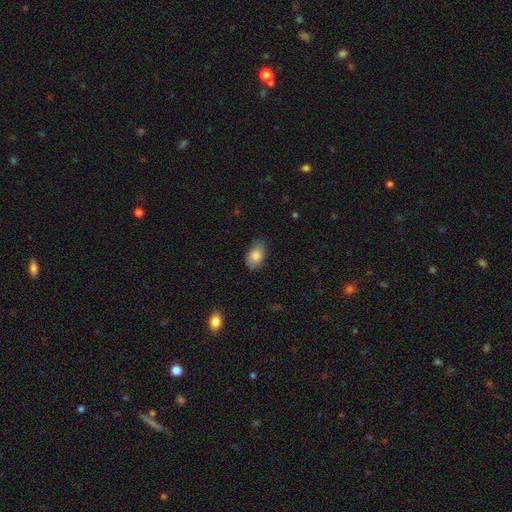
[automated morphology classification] smooth_or_featured: smooth (p=0.84) [alt: featured or disk p=0.09]
how_rounded: in between (p=0.88) [alt: round p=0.10]
merging: none (p=0.77) [alt: minor disturbance p=0.18]